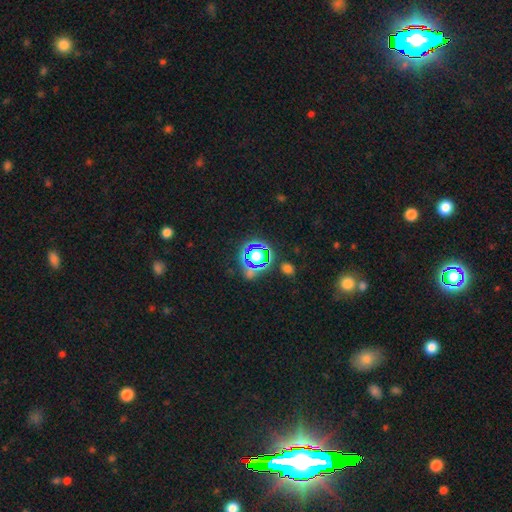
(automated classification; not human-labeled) Smooth or featured?
  - star or artifact: 59% *
  - smooth: 29%
  - featured or disk: 11%